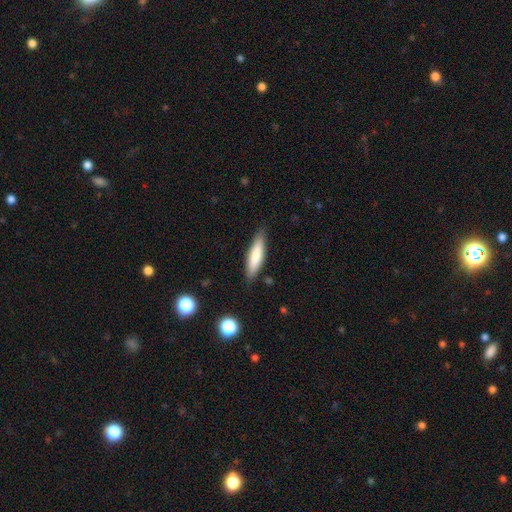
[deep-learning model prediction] smooth 76%, featured or disk 19%, star or artifact 6%. Down the decision tree: how rounded — cigar-shaped (72%); merging — none (85%).